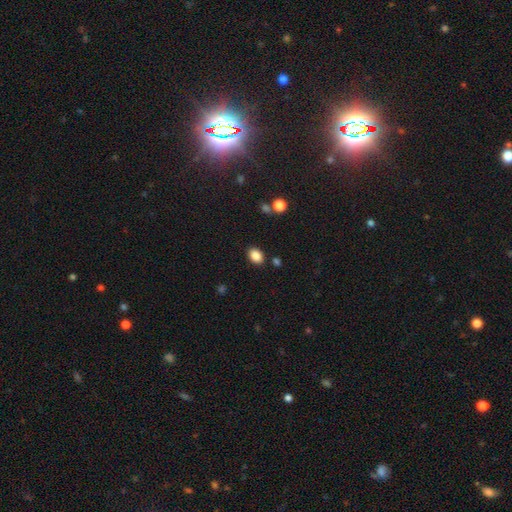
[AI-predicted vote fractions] smooth-or-featured: smooth: 87% | star or artifact: 9% | featured or disk: 4%
  how-rounded: in between: 76% | round: 22% | cigar-shaped: 1%
  merging: none: 84% | minor disturbance: 10% | merger: 3% | major disturbance: 3%